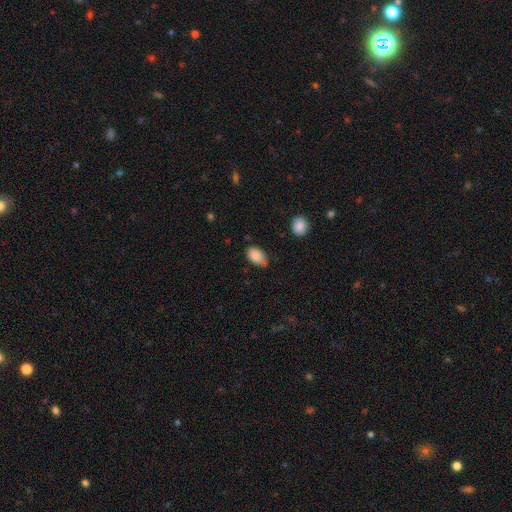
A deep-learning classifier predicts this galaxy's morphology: Smooth or featured? smooth (87%)
How rounded? in between (92%)
Merging? none (64%)